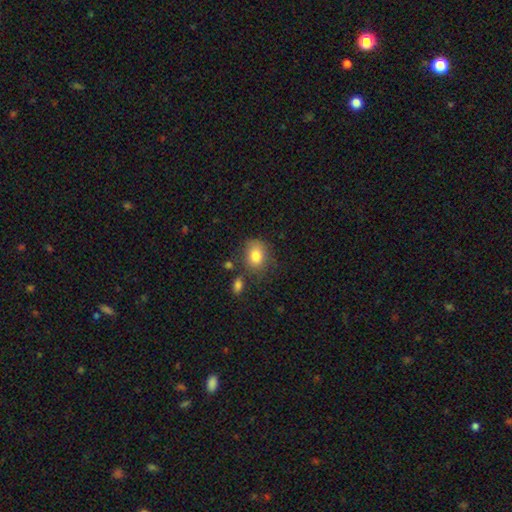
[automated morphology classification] Overall: smooth (81%). How rounded: in between (52%; round 47%). Merging: none (68%).